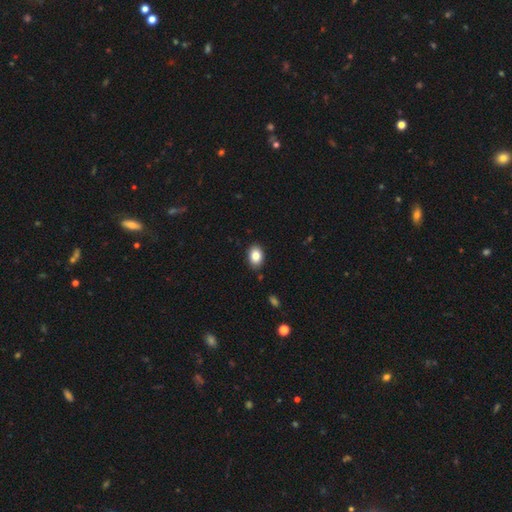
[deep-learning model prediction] Q: Smooth or featured?
A: smooth (85%); runner-up: star or artifact (8%)
Q: How rounded?
A: in between (81%); runner-up: round (18%)
Q: Merging?
A: none (87%); runner-up: minor disturbance (9%)